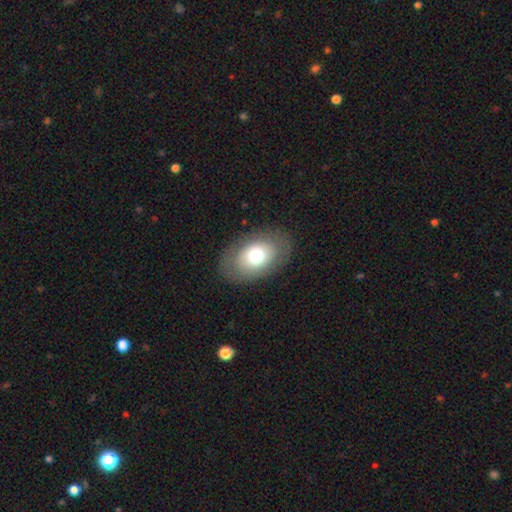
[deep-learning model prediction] Morphology: type=smooth (68%); roundness=in between (84%); merging=none (83%).